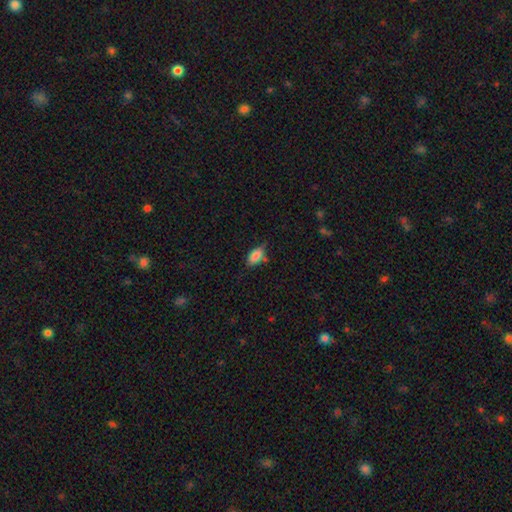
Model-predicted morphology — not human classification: This appears to be a smooth galaxy with no disk features (82%) that is in between round and cigar-shaped (88%). Merging: none (62%).